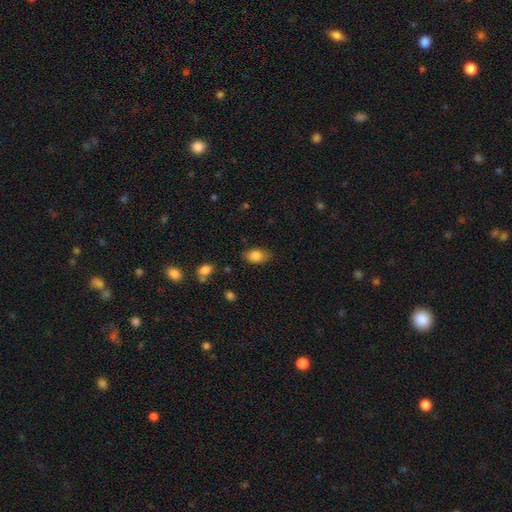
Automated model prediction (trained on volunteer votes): This is clearly a smooth galaxy (82%). How rounded: clearly in between (86%). Merging: clearly none (81%).